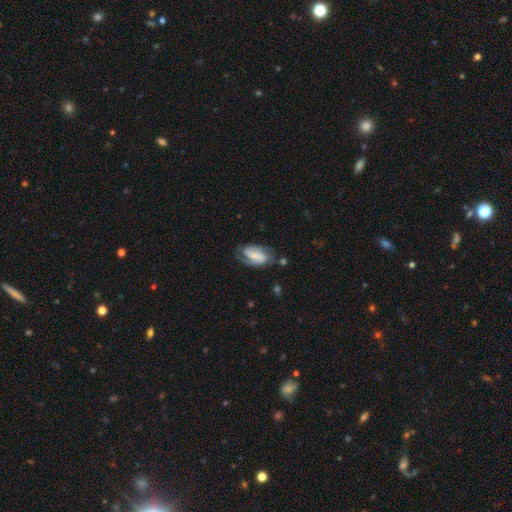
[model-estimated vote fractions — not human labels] This appears to be a featured or disk galaxy (65%) with a weak bar (39%), 2 (69%) medium (43%) spiral arms (90%) and a small central bulge (36%). Merging: none (58%).